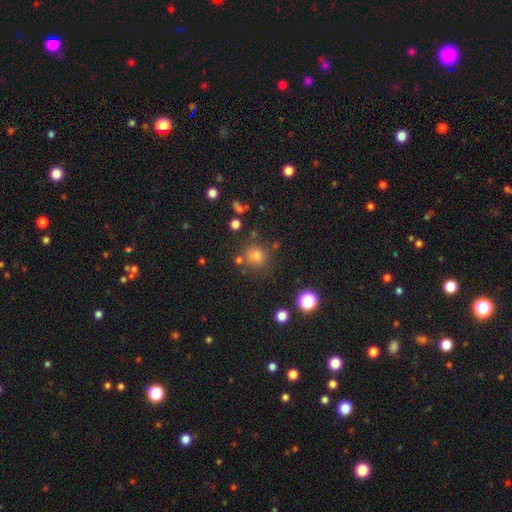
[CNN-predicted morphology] smooth-or-featured: smooth: 74% | star or artifact: 19% | featured or disk: 7%
  how-rounded: round: 91% | in between: 8% | cigar-shaped: 1%
  merging: none: 79% | minor disturbance: 10% | merger: 7% | major disturbance: 4%